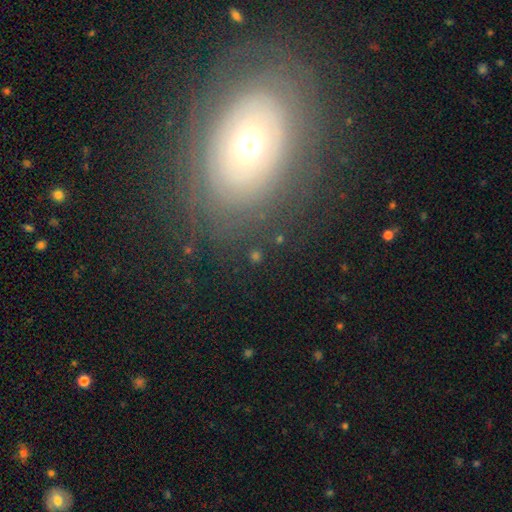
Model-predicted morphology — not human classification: smooth-or-featured: smooth: 44% | star or artifact: 37% | featured or disk: 18%
  merging: none: 81% | minor disturbance: 9% | major disturbance: 5% | merger: 4%